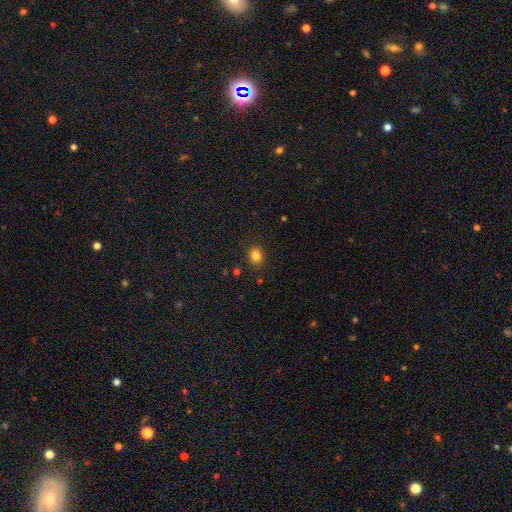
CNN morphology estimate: This appears to be a smooth galaxy with no disk features (83%) that is round (68%). Merging: none (87%).